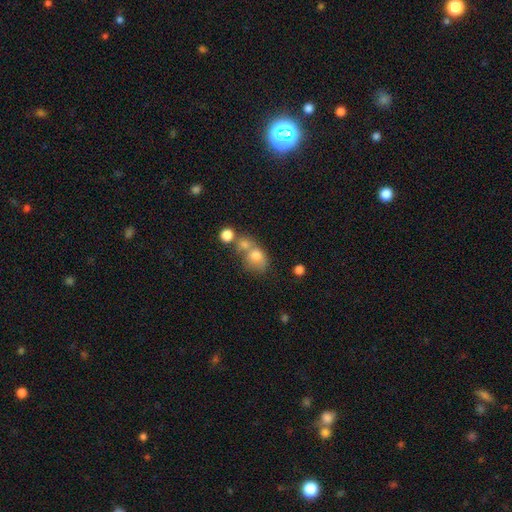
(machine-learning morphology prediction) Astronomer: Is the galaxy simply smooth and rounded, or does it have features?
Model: smooth — 73%.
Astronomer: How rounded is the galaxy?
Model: round — 53% (runner-up: in between, 46%).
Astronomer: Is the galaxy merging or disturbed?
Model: merger — 52%.